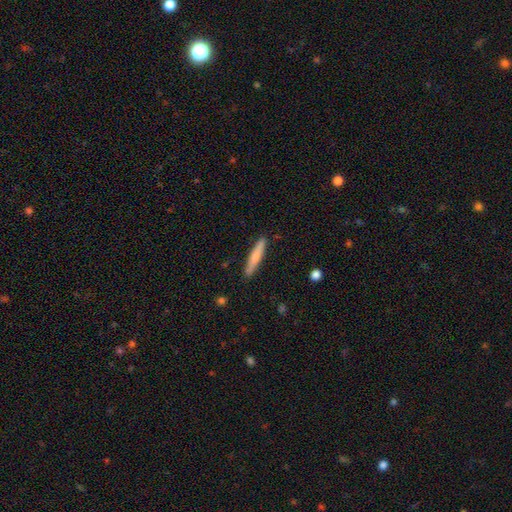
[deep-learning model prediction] A smooth galaxy with no disk features (67%) that is cigar-shaped (93%).

Vote fractions:
- Smooth or featured? smooth: 67% / featured or disk: 28% / star or artifact: 5%
- How rounded? cigar-shaped: 93% / in between: 6% / round: 1%
- Merging? none: 90% / minor disturbance: 8% / major disturbance: 2% / merger: 1%